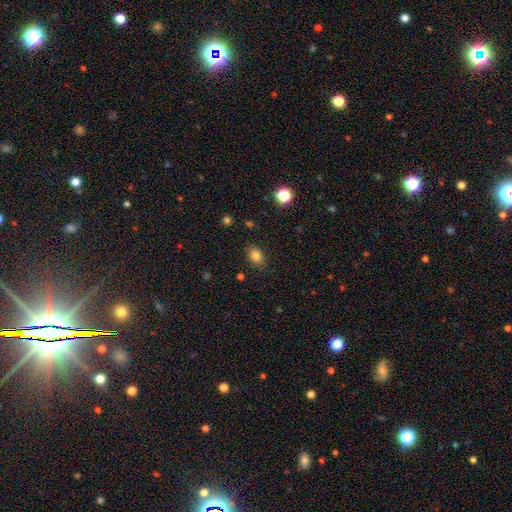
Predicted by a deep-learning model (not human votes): A smooth galaxy with no disk features (83%) that is in between round and cigar-shaped (73%).

Vote fractions:
- Smooth or featured? smooth: 83% / star or artifact: 11% / featured or disk: 6%
- How rounded? in between: 73% / round: 25% / cigar-shaped: 1%
- Merging? none: 83% / minor disturbance: 13% / major disturbance: 3% / merger: 1%